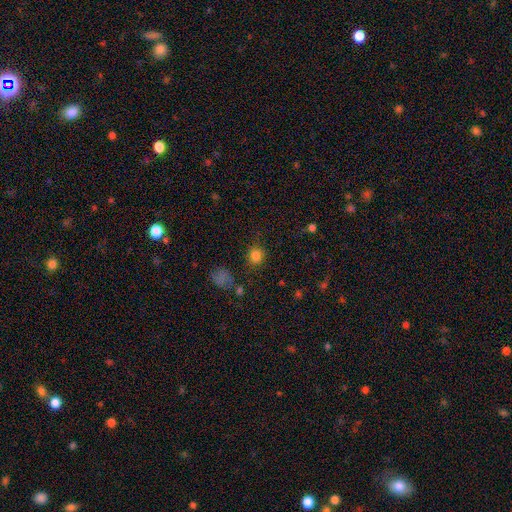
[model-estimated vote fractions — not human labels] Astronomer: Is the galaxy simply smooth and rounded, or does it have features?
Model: smooth — 82%.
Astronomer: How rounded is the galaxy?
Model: round — 83%.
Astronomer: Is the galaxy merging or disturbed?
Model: none — 84%.